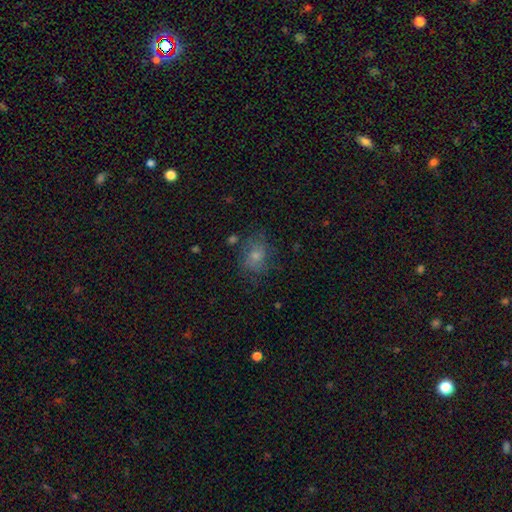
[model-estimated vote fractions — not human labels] Morphology: type=smooth (54%); roundness=round (52%); merging=none (72%).